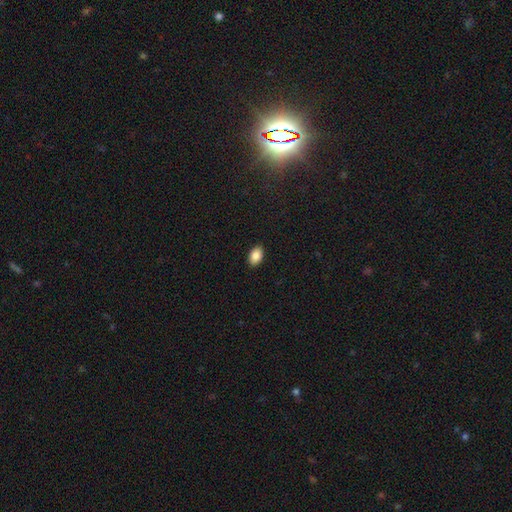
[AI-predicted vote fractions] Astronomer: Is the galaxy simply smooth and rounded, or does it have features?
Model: smooth — 87%.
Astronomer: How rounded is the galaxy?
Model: in between — 90%.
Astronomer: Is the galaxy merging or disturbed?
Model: none — 90%.